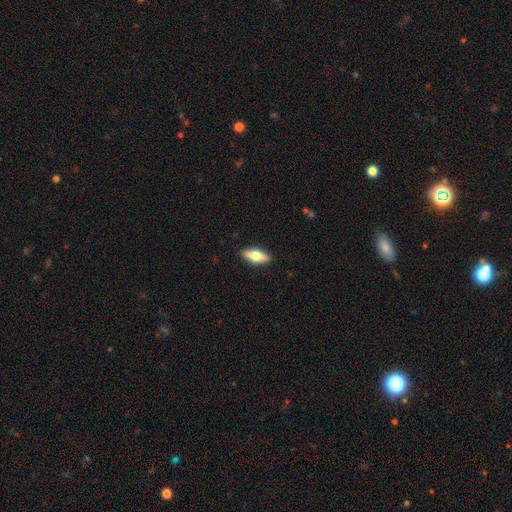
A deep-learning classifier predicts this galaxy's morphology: The model was most divided on "smooth or featured": smooth: 60%, featured or disk: 34%, star or artifact: 6%. More confident: merging — none (90%); how rounded — in between (69%).